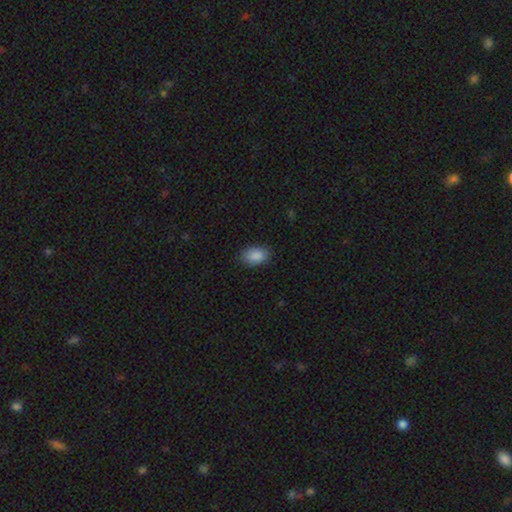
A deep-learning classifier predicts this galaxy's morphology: type=smooth (89%); roundness=in between (88%); merging=none (85%).